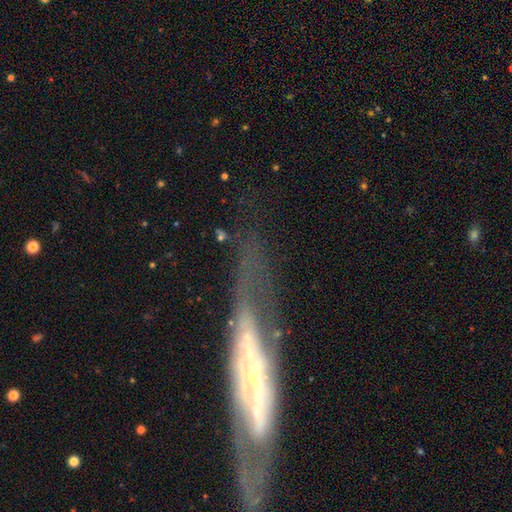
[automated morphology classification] type=featured or disk (66%); edge-on=yes (61%); merging=none (50%).